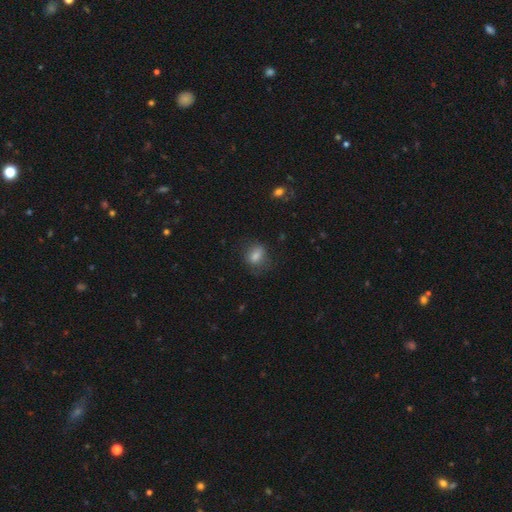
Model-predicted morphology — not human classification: Q: Smooth or featured?
A: smooth (79%); runner-up: featured or disk (11%)
Q: How rounded?
A: in between (60%); runner-up: round (38%)
Q: Merging?
A: none (66%); runner-up: minor disturbance (22%)